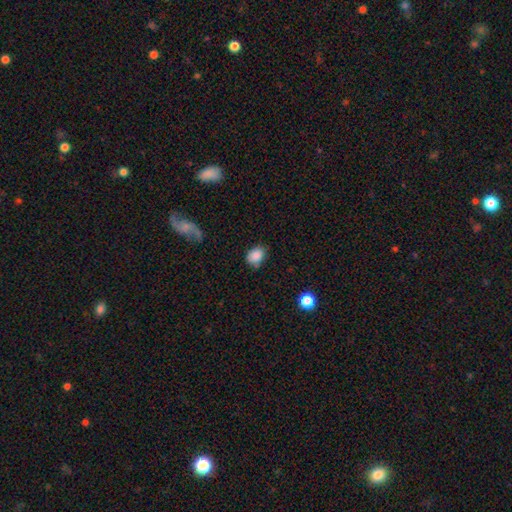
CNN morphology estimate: smooth 86%, star or artifact 9%, featured or disk 5%. Down the decision tree: how rounded — in between (63%); merging — none (68%).